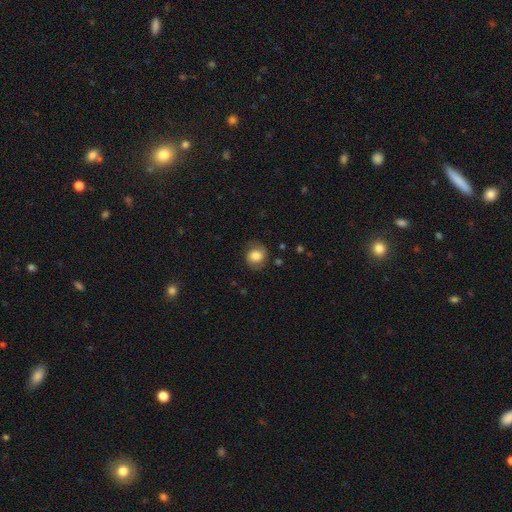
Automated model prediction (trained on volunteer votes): The model was most divided on "smooth or featured": smooth: 72%, featured or disk: 19%, star or artifact: 9%. More confident: how rounded — round (76%); merging — none (75%).